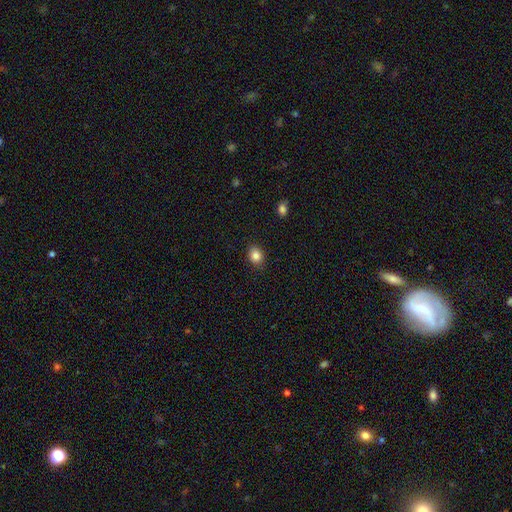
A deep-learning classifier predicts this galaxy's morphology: smooth 85%, star or artifact 10%, featured or disk 5%. Down the decision tree: how rounded — round (51%); merging — none (88%).